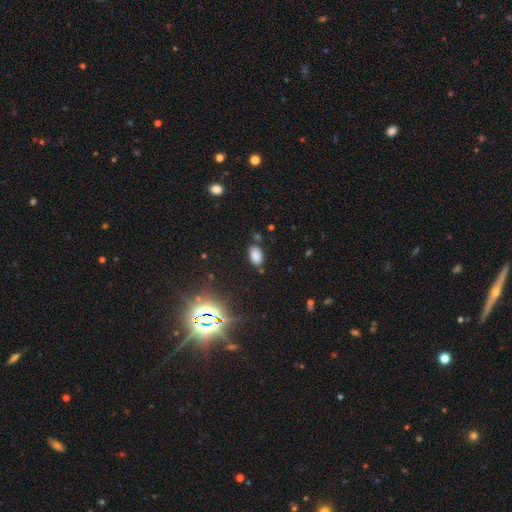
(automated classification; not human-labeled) Smooth or featured?
  - smooth: 80% *
  - star or artifact: 15%
  - featured or disk: 6%
How rounded?
  - in between: 92% *
  - round: 6%
  - cigar-shaped: 2%
Merging?
  - none: 81% *
  - minor disturbance: 13%
  - merger: 3%
  - major disturbance: 3%